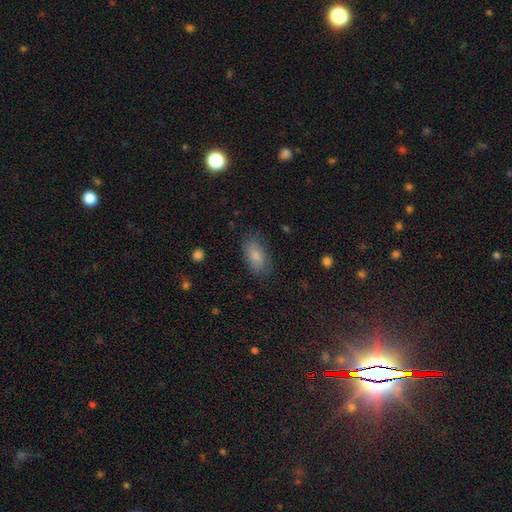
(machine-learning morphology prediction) Q: Smooth or featured?
A: smooth (80%); runner-up: featured or disk (12%)
Q: How rounded?
A: in between (91%); runner-up: round (5%)
Q: Merging?
A: none (80%); runner-up: minor disturbance (15%)